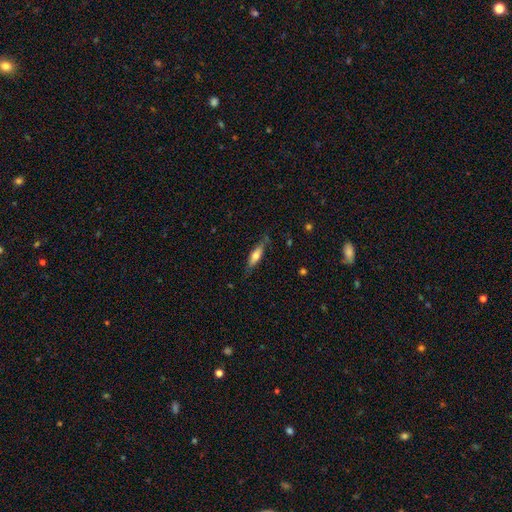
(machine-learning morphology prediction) A smooth galaxy with no disk features (57%) that is cigar-shaped (63%). Merging: none (75%).